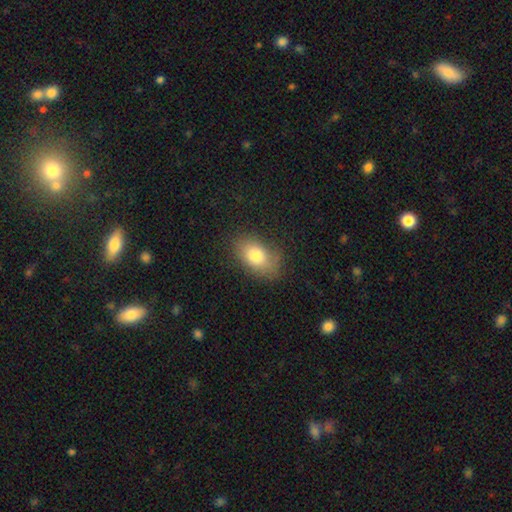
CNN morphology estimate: This is likely a smooth galaxy (79%). How rounded: clearly in between (86%). Merging: likely none (75%).